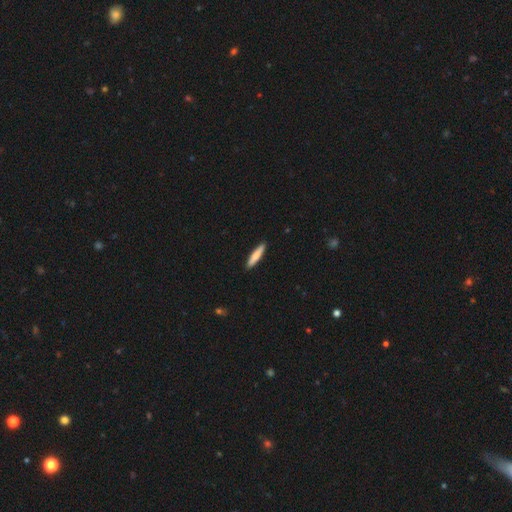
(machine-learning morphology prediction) The model was most divided on "smooth or featured": smooth: 76%, featured or disk: 19%, star or artifact: 5%. More confident: merging — none (91%); how rounded — cigar-shaped (88%).